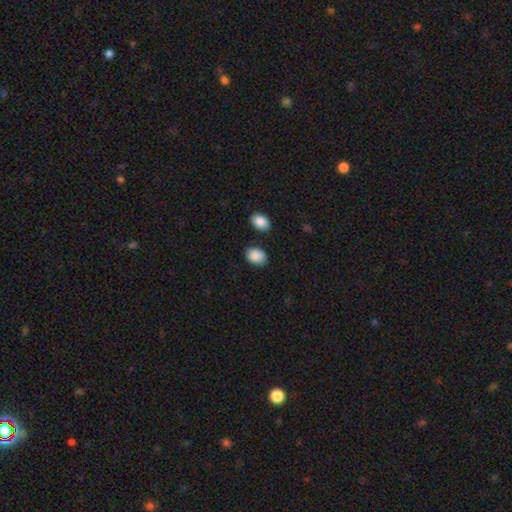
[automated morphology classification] smooth_or_featured: smooth (p=0.90) [alt: star or artifact p=0.07]
how_rounded: in between (p=0.75) [alt: round p=0.24]
merging: none (p=0.81) [alt: minor disturbance p=0.12]